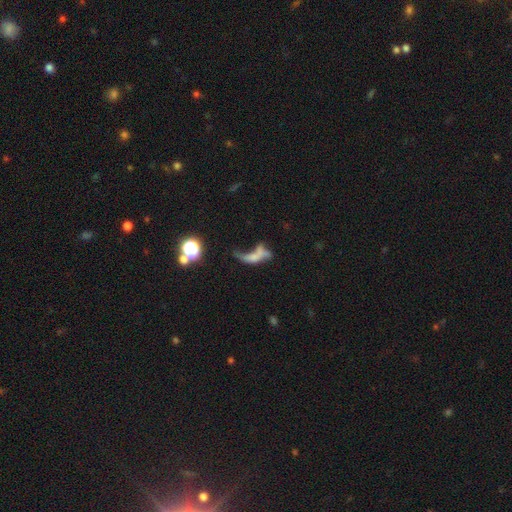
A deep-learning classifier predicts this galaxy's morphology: Overall: featured or disk (41%; smooth 40%). Merging: merger (36%; major disturbance 33%).